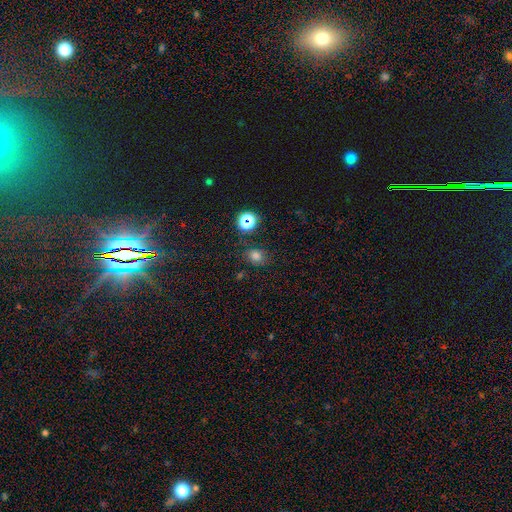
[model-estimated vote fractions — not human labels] A smooth galaxy with no disk features (70%) that is round (61%).

Vote fractions:
- Smooth or featured? smooth: 70% / star or artifact: 23% / featured or disk: 7%
- How rounded? round: 61% / in between: 38% / cigar-shaped: 1%
- Merging? none: 77% / minor disturbance: 15% / major disturbance: 5% / merger: 4%